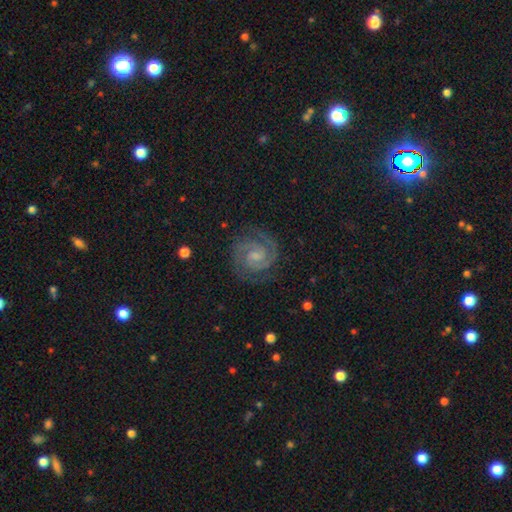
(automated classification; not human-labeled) The model was most divided on "bar": weak: 46%, no: 43%, strong: 11%. More confident: spiral arms — yes (99%); edge-on disk — no (98%); smooth or featured — featured or disk (90%); spiral arm count — 2 (88%); merging — none (81%); spiral winding — tight (66%); bulge size — small (54%).